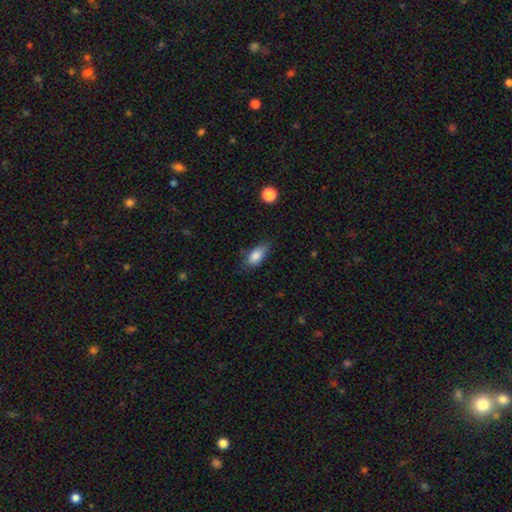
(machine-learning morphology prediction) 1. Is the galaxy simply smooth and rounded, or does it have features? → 84% smooth, 8% star or artifact, 8% featured or disk.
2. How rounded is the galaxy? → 86% in between, 9% cigar-shaped, 5% round.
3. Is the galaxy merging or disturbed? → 63% none, 29% minor disturbance, 7% major disturbance, 2% merger.